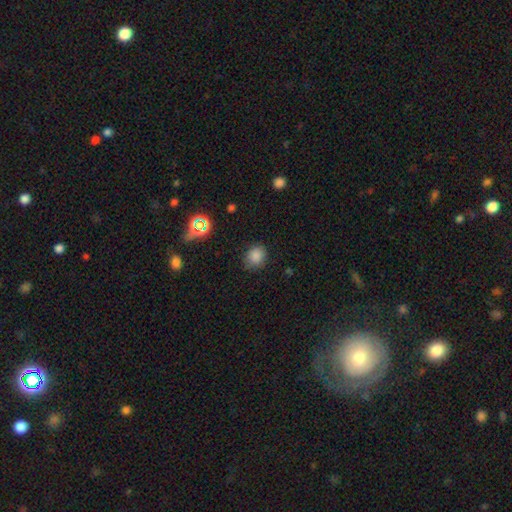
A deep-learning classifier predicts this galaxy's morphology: smooth_or_featured: smooth (p=0.82) [alt: star or artifact p=0.13]
how_rounded: round (p=0.71) [alt: in between p=0.28]
merging: none (p=0.83) [alt: minor disturbance p=0.13]